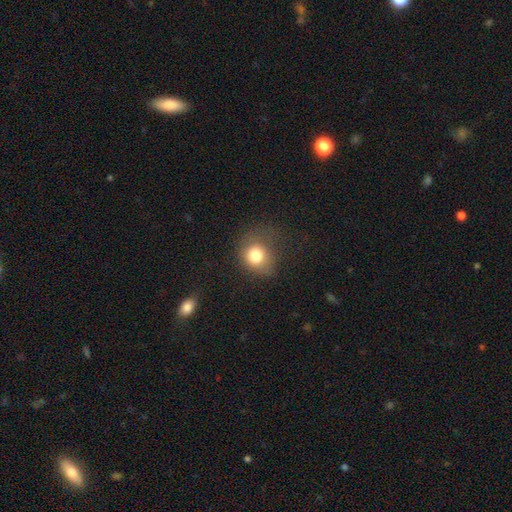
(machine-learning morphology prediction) Q: Smooth or featured?
A: smooth (78%); runner-up: star or artifact (12%)
Q: How rounded?
A: round (72%); runner-up: in between (27%)
Q: Merging?
A: none (52%); runner-up: minor disturbance (28%)